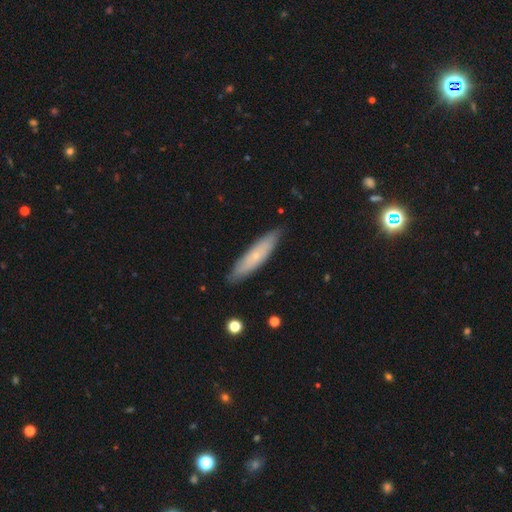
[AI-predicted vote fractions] smooth 53%, featured or disk 41%, star or artifact 6%. Down the decision tree: how rounded — cigar-shaped (76%); merging — none (86%).